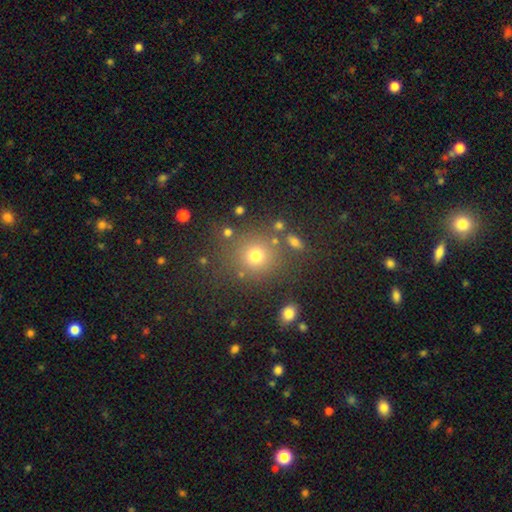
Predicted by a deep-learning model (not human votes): Smooth or featured?
  - smooth: 74% *
  - star or artifact: 18%
  - featured or disk: 8%
How rounded?
  - round: 89% *
  - in between: 10%
  - cigar-shaped: 1%
Merging?
  - none: 78% *
  - minor disturbance: 10%
  - merger: 7%
  - major disturbance: 5%